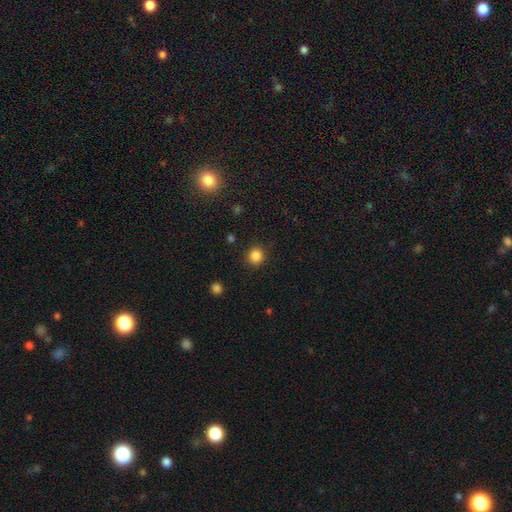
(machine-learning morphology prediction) A smooth galaxy with no disk features (85%) that is round (89%).

Vote fractions:
- Smooth or featured? smooth: 85% / star or artifact: 12% / featured or disk: 4%
- How rounded? round: 89% / in between: 10% / cigar-shaped: 1%
- Merging? none: 89% / minor disturbance: 7% / major disturbance: 3% / merger: 1%